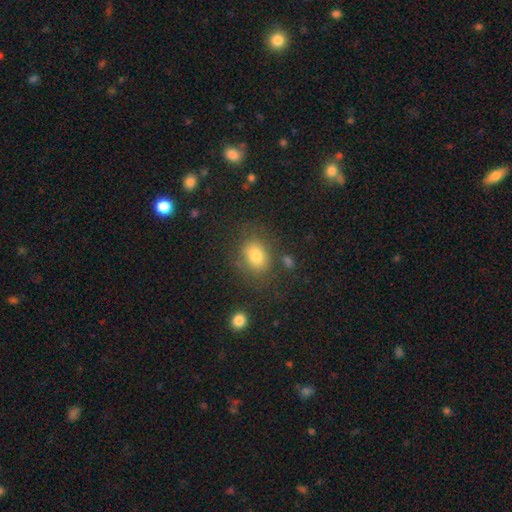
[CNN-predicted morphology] type=smooth (78%); roundness=in between (57%); merging=none (75%).